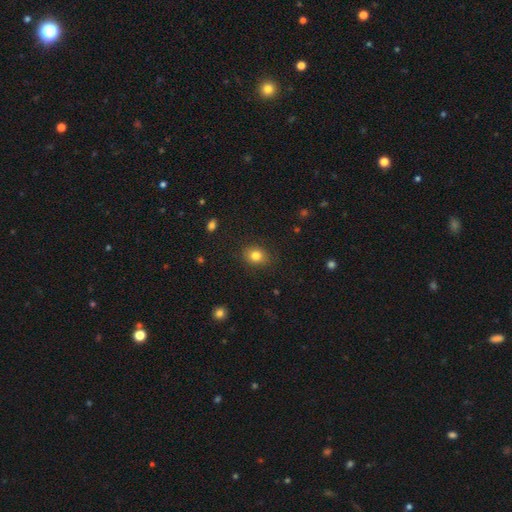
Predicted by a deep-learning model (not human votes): The model was most divided on "how rounded": round: 62%, in between: 37%, cigar-shaped: 1%. More confident: merging — none (86%); smooth or featured — smooth (81%).